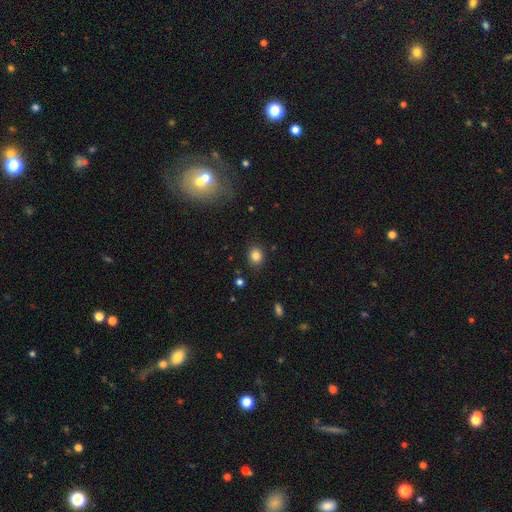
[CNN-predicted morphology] smooth_or_featured: smooth (p=0.83) [alt: star or artifact p=0.11]
how_rounded: round (p=0.65) [alt: in between p=0.34]
merging: none (p=0.87) [alt: minor disturbance p=0.08]